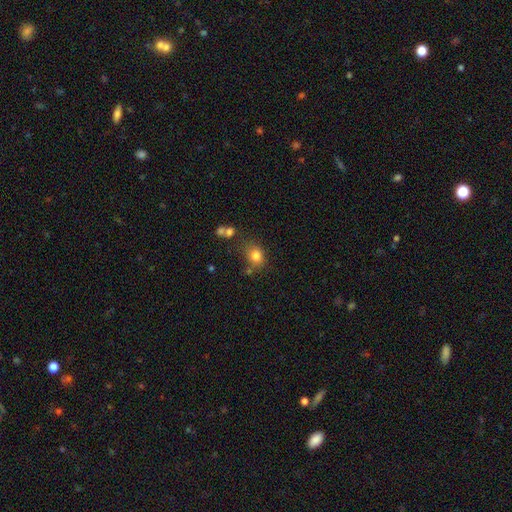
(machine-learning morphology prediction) smooth_or_featured: smooth (p=0.80) [alt: star or artifact p=0.12]
how_rounded: round (p=0.57) [alt: in between p=0.42]
merging: none (p=0.66) [alt: minor disturbance p=0.18]